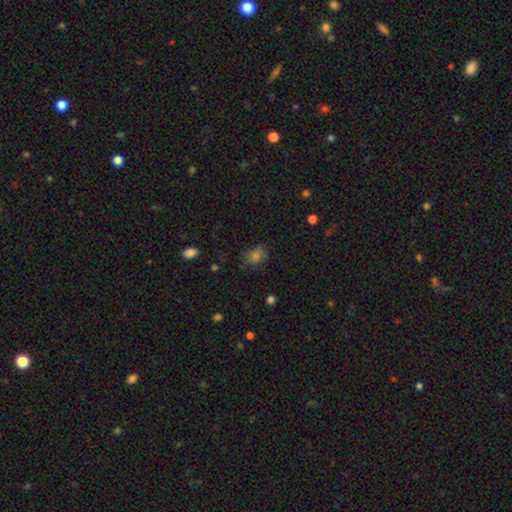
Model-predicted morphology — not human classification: type=smooth (66%); roundness=in between (65%); merging=none (73%).